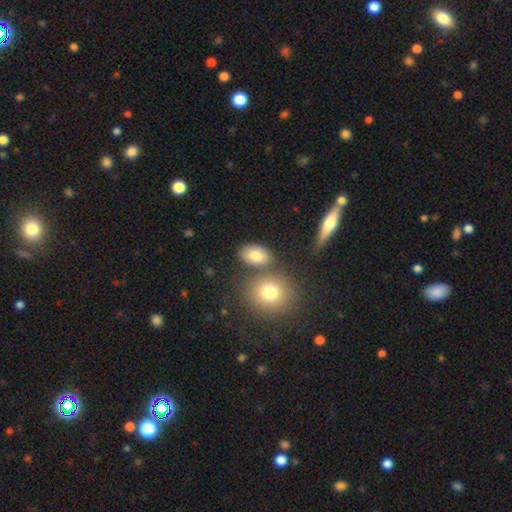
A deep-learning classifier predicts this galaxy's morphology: Smooth or featured? smooth (80%)
How rounded? in between (78%)
Merging? none (70%)